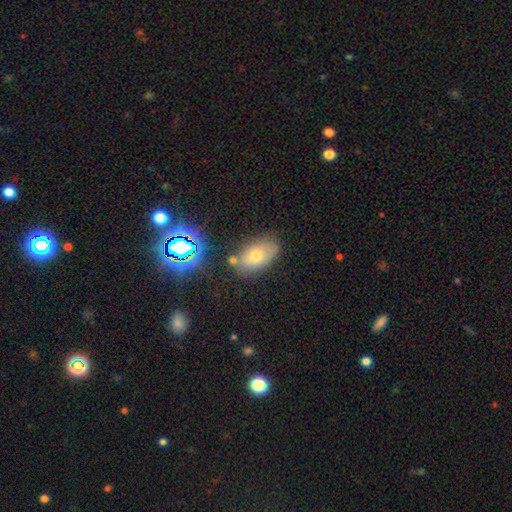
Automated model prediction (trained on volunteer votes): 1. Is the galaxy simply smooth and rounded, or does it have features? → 65% smooth, 21% featured or disk, 14% star or artifact.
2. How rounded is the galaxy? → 89% in between, 9% round, 2% cigar-shaped.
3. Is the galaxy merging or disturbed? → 71% none, 16% minor disturbance, 8% merger, 4% major disturbance.